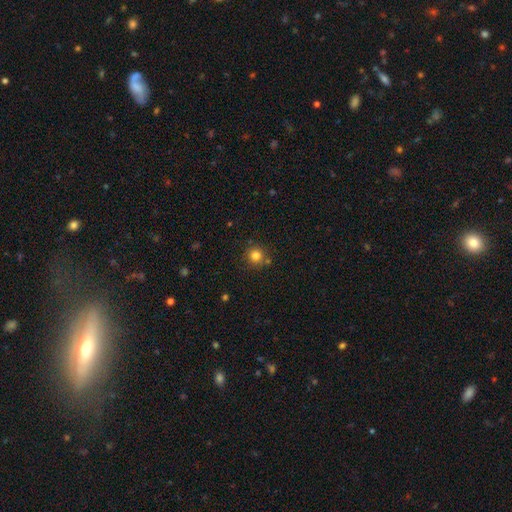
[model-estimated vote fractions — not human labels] Smooth or featured?
  - smooth: 82% *
  - star or artifact: 12%
  - featured or disk: 6%
How rounded?
  - round: 93% *
  - in between: 6%
  - cigar-shaped: 1%
Merging?
  - none: 79% *
  - minor disturbance: 10%
  - merger: 8%
  - major disturbance: 3%